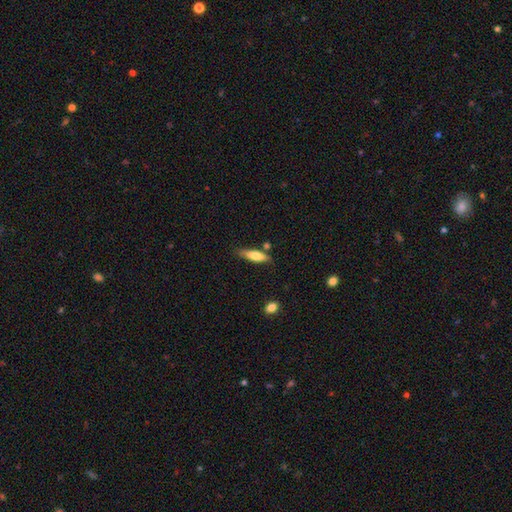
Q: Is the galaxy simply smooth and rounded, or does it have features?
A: smooth — 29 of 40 (72%).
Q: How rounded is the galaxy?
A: cigar-shaped — 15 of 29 (52%).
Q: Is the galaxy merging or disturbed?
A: none — 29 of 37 (78%).